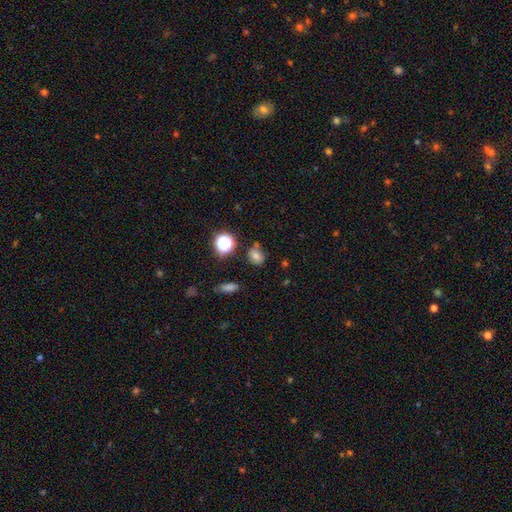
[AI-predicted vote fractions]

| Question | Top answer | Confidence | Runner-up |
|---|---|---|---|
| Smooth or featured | smooth | 60% | star or artifact (29%) |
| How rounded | round | 66% | in between (33%) |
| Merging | none | 75% | minor disturbance (14%) |